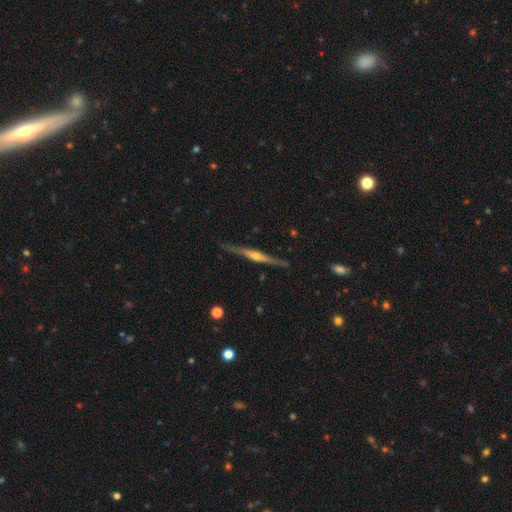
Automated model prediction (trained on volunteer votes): A featured or disk galaxy (82%) viewed edge-on (98%) with a rounded central bulge (88%).

Vote fractions:
- Smooth or featured? featured or disk: 82% / smooth: 12% / star or artifact: 5%
- Edge-on disk? yes: 98% / no: 2%
- Edge-on bulge? rounded: 88% / none: 6% / boxy: 6%
- Merging? none: 87% / minor disturbance: 9% / major disturbance: 2% / merger: 1%